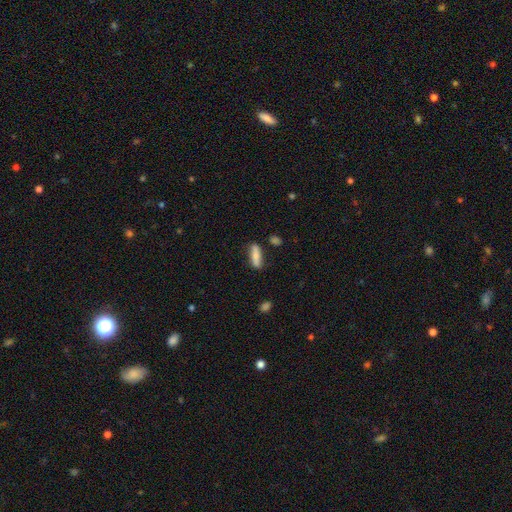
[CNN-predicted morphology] A smooth galaxy with no disk features (78%) that is cigar-shaped (61%).

Vote fractions:
- Smooth or featured? smooth: 78% / featured or disk: 15% / star or artifact: 7%
- How rounded? cigar-shaped: 61% / in between: 37% / round: 2%
- Merging? none: 76% / minor disturbance: 16% / major disturbance: 4% / merger: 4%